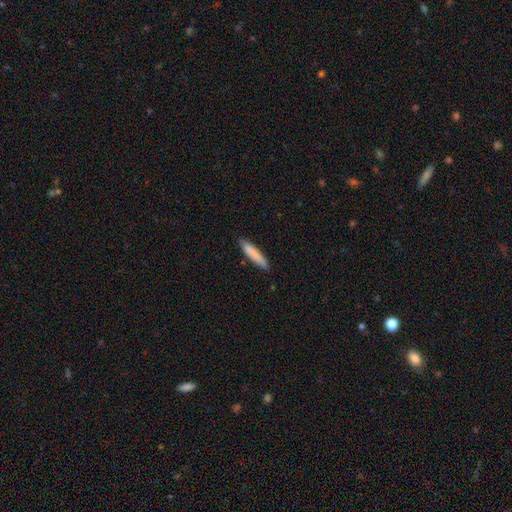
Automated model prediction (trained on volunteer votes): The model was most divided on "smooth or featured": smooth: 84%, featured or disk: 11%, star or artifact: 6%. More confident: merging — none (88%); how rounded — cigar-shaped (87%).